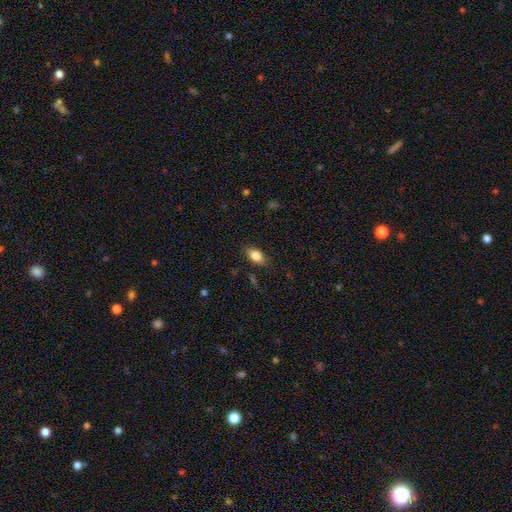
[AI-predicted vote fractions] Morphology: type=smooth (81%); roundness=in between (86%); merging=none (82%).